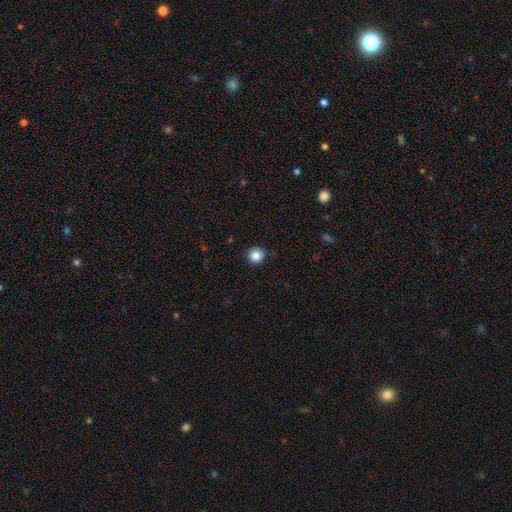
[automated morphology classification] smooth-or-featured: smooth: 86% | star or artifact: 10% | featured or disk: 4%
  how-rounded: round: 95% | in between: 4% | cigar-shaped: 1%
  merging: none: 89% | minor disturbance: 8% | major disturbance: 2% | merger: 1%